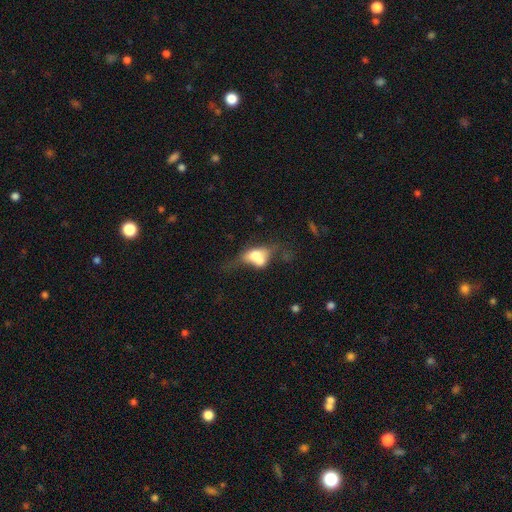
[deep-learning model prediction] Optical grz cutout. It shows a smooth galaxy with no disk features (53%) that is in between round and cigar-shaped (74%). Merging: merger (36%).